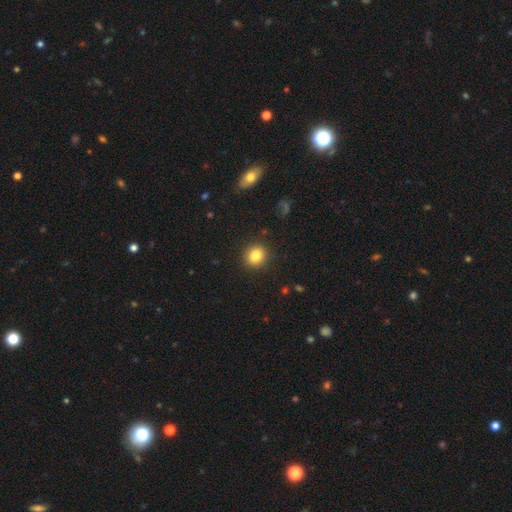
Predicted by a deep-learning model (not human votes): This appears to be a smooth galaxy with no disk features (84%) that is round (76%). Merging: none (90%).